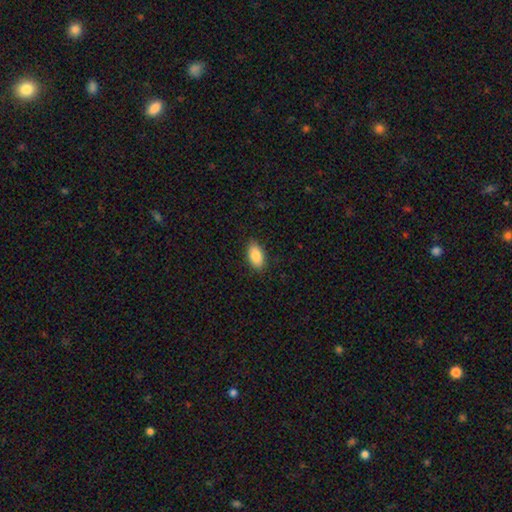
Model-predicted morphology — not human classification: Smooth or featured? Predicted: smooth (p=0.86). How rounded? Predicted: in between (p=0.93). Merging? Predicted: none (p=0.87).